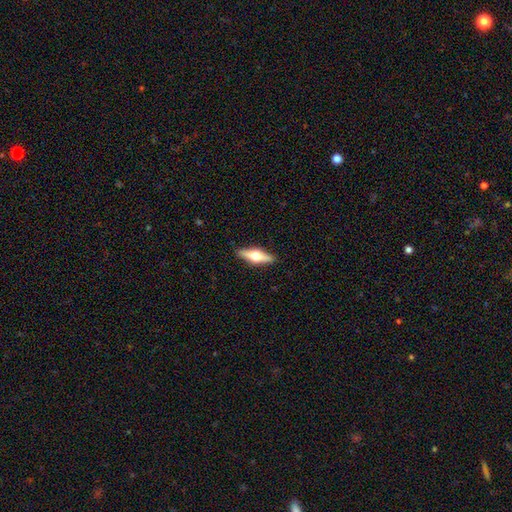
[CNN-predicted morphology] Q: Smooth or featured?
A: featured or disk (63%); runner-up: smooth (31%)
Q: Edge-on disk?
A: yes (95%); runner-up: no (5%)
Q: Edge-on bulge?
A: rounded (96%); runner-up: boxy (3%)
Q: Merging?
A: none (90%); runner-up: minor disturbance (7%)